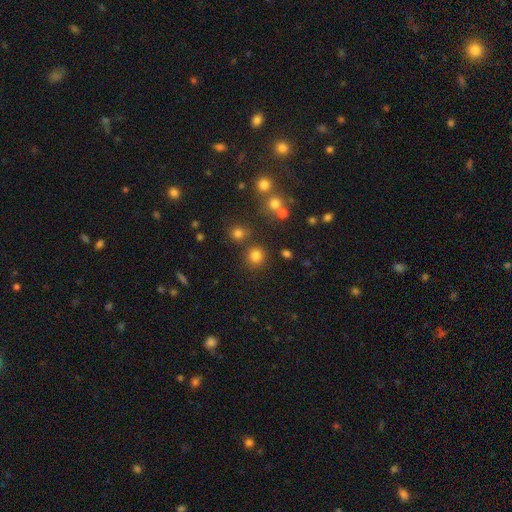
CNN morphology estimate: Smooth or featured?
  - smooth: 79% *
  - star or artifact: 16%
  - featured or disk: 5%
How rounded?
  - round: 92% *
  - in between: 7%
  - cigar-shaped: 1%
Merging?
  - none: 82% *
  - merger: 7%
  - minor disturbance: 7%
  - major disturbance: 3%